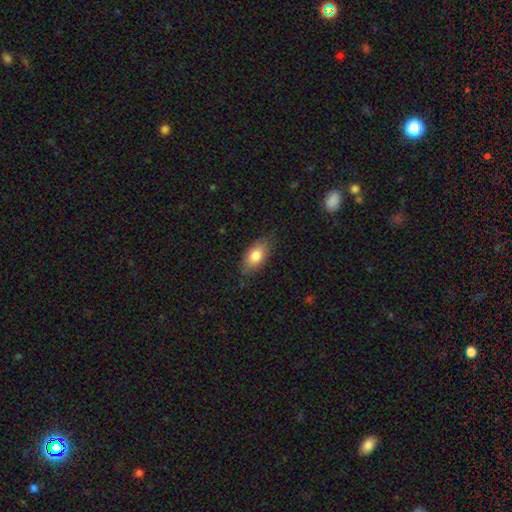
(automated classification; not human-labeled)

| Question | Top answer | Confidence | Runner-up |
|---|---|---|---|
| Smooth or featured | smooth | 80% | featured or disk (13%) |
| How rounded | in between | 90% | cigar-shaped (5%) |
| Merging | none | 79% | minor disturbance (17%) |